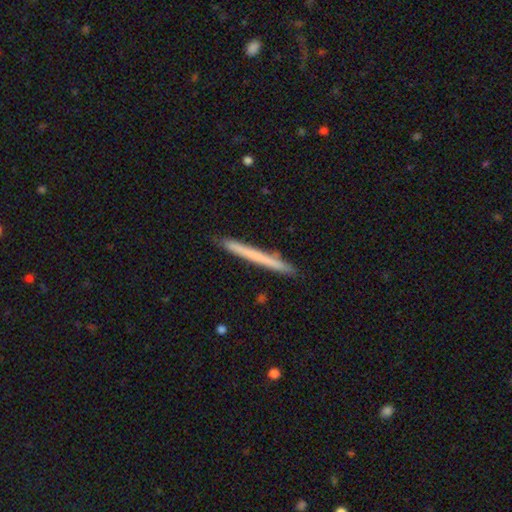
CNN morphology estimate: Smooth or featured?
  - smooth: 59% *
  - featured or disk: 35%
  - star or artifact: 6%
How rounded?
  - cigar-shaped: 97% *
  - in between: 1%
  - round: 1%
Merging?
  - none: 92% *
  - minor disturbance: 6%
  - major disturbance: 1%
  - merger: 1%